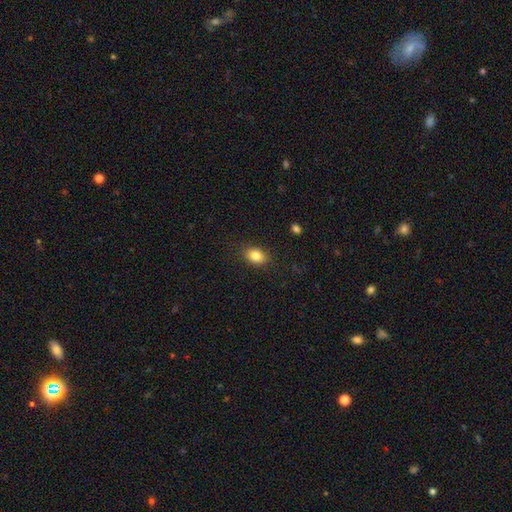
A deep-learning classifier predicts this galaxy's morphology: type=smooth (85%); roundness=in between (72%); merging=none (85%).